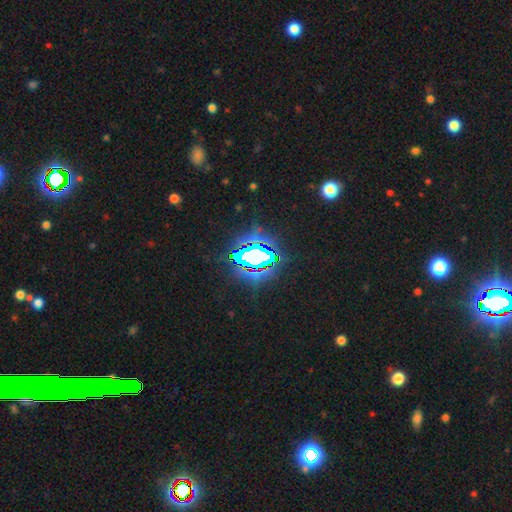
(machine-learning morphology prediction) The model was most divided on "smooth or featured": star or artifact: 69%, smooth: 17%, featured or disk: 14%.